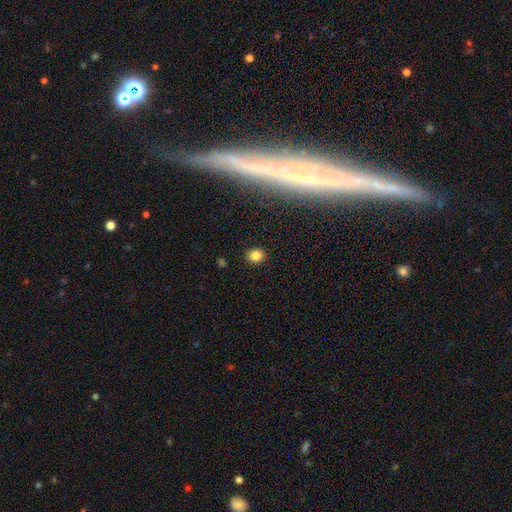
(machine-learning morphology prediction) smooth 82%, star or artifact 13%, featured or disk 5%. Down the decision tree: how rounded — round (79%); merging — none (91%).